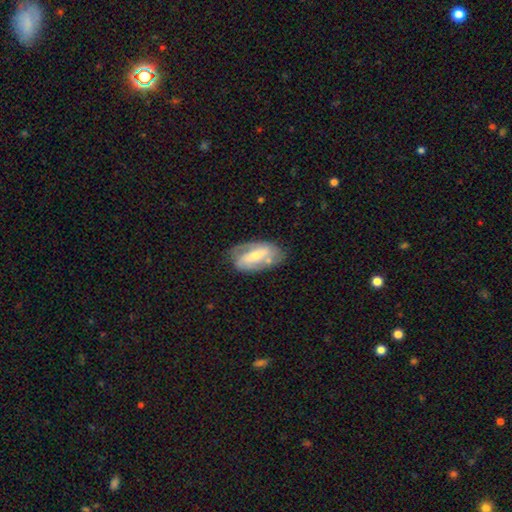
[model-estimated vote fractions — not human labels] Q: Smooth or featured?
A: featured or disk (70%); runner-up: smooth (24%)
Q: Edge-on disk?
A: no (93%); runner-up: yes (7%)
Q: Bar?
A: strong (47%); runner-up: weak (33%)
Q: Spiral arms?
A: yes (80%); runner-up: no (20%)
Q: Spiral winding?
A: medium (42%); runner-up: tight (32%)
Q: Spiral arm count?
A: 2 (75%); runner-up: can't tell (15%)
Q: Bulge size?
A: moderate (49%); runner-up: small (45%)
Q: Merging?
A: none (66%); runner-up: minor disturbance (22%)